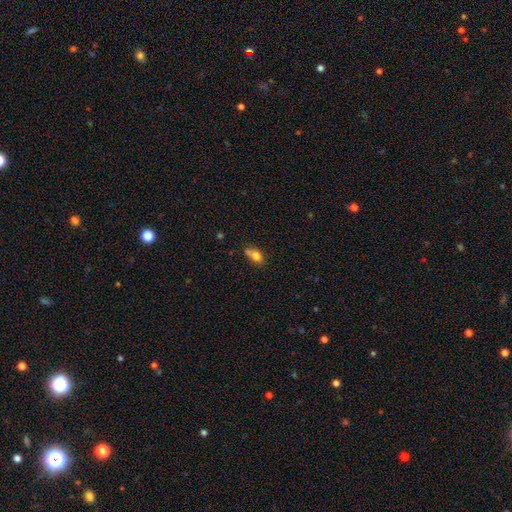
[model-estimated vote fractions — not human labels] smooth 76%, featured or disk 13%, star or artifact 11%. Down the decision tree: how rounded — in between (72%); merging — none (39%).